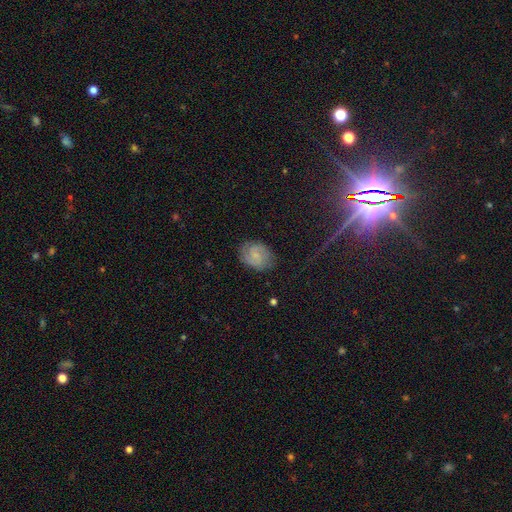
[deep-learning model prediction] Smooth or featured?
  - featured or disk: 56% *
  - smooth: 35%
  - star or artifact: 9%
Edge-on disk?
  - no: 97% *
  - yes: 3%
Bar?
  - no: 53% *
  - weak: 41%
  - strong: 6%
Spiral arms?
  - yes: 90% *
  - no: 10%
Bulge size?
  - small: 68% *
  - moderate: 17%
  - none: 13%
  - large: 1%
  - dominant: 1%
Merging?
  - none: 77% *
  - minor disturbance: 17%
  - major disturbance: 5%
  - merger: 1%